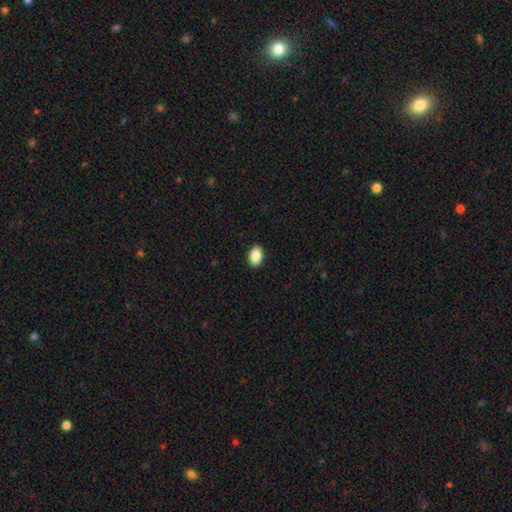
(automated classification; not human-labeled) smooth 89%, star or artifact 7%, featured or disk 4%. Down the decision tree: how rounded — in between (88%); merging — none (91%).